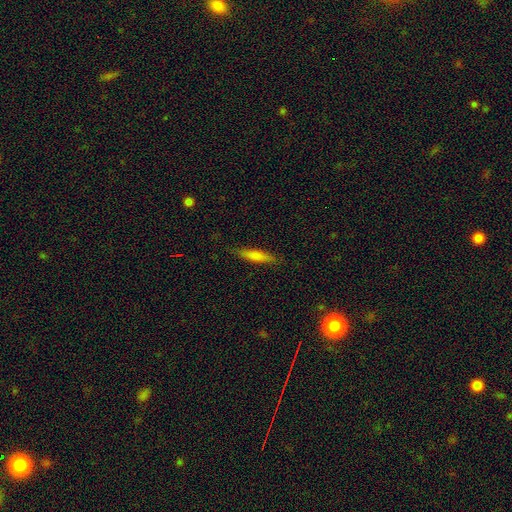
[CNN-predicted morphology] Q: Smooth or featured?
A: smooth (75%); runner-up: featured or disk (19%)
Q: How rounded?
A: cigar-shaped (81%); runner-up: in between (17%)
Q: Merging?
A: none (86%); runner-up: minor disturbance (11%)